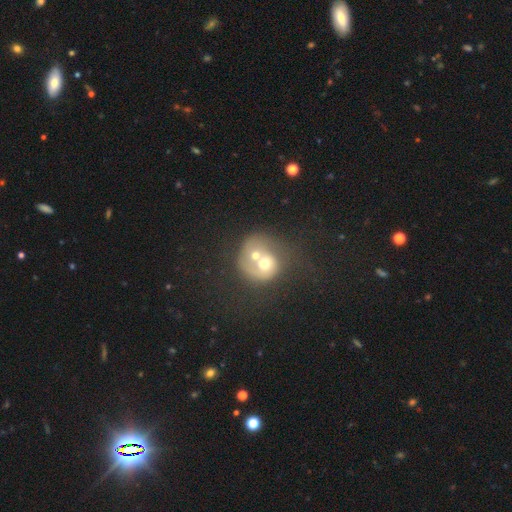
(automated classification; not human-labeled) A smooth galaxy with no disk features (46%). Merging: merger (75%).